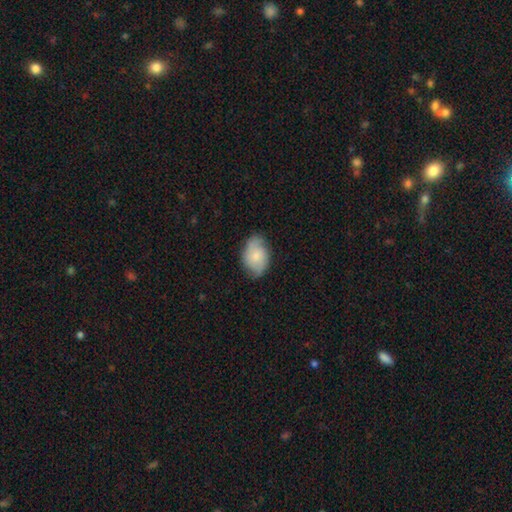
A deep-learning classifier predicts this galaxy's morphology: This appears to be a smooth galaxy with no disk features (63%) that is in between round and cigar-shaped (83%). Merging: none (72%).